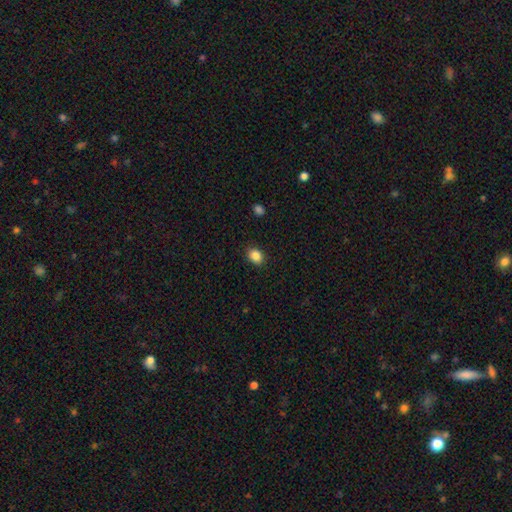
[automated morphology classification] Smooth or featured? smooth (86%)
How rounded? in between (57%)
Merging? none (89%)